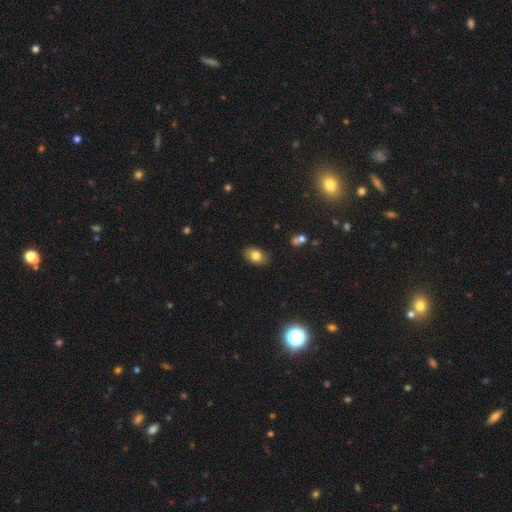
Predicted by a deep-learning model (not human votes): Smooth or featured?
  - smooth: 80% *
  - featured or disk: 11%
  - star or artifact: 9%
How rounded?
  - in between: 83% *
  - round: 16%
  - cigar-shaped: 1%
Merging?
  - none: 85% *
  - minor disturbance: 11%
  - major disturbance: 2%
  - merger: 1%